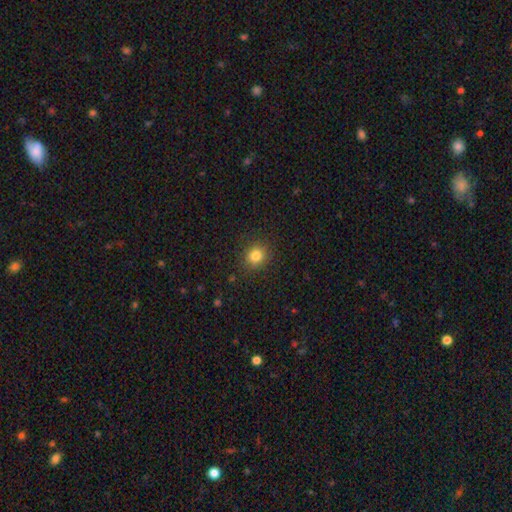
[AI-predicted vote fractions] This is clearly a smooth galaxy (82%). How rounded: likely round (74%). Merging: clearly none (88%).